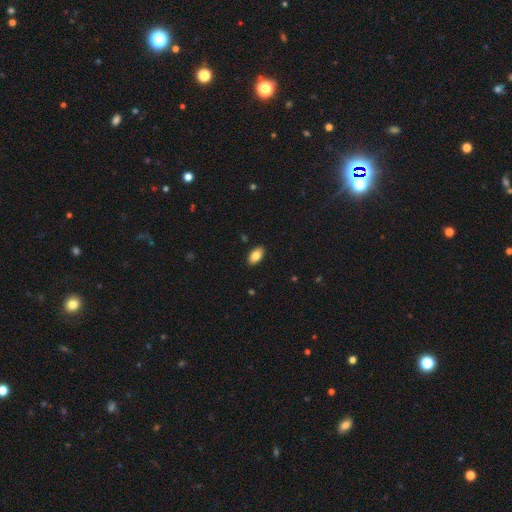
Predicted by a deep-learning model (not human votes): Smooth or featured? smooth (84%)
How rounded? in between (93%)
Merging? none (89%)